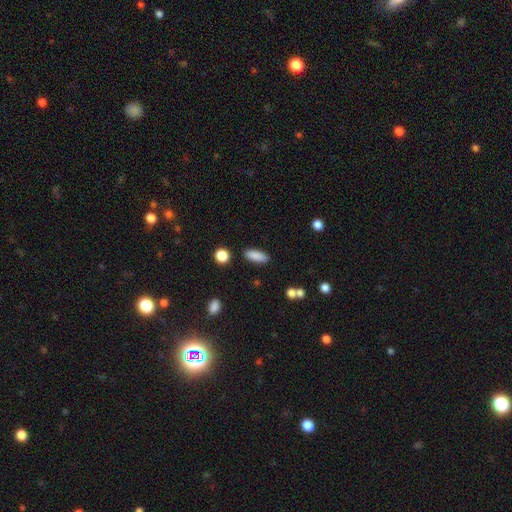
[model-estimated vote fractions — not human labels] A smooth galaxy with no disk features (87%) that is in between round and cigar-shaped (66%). Merging: none (88%).